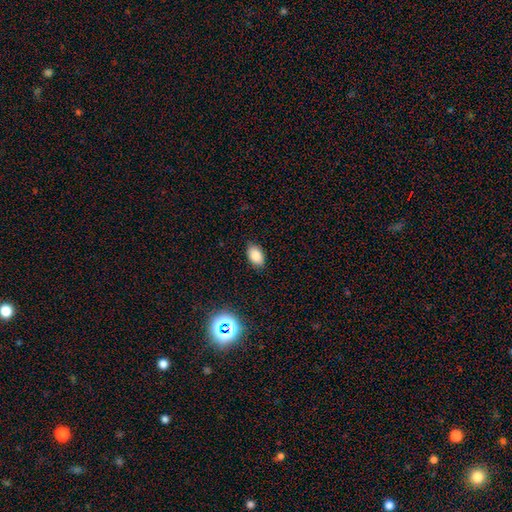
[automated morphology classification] smooth-or-featured: smooth: 82% | star or artifact: 11% | featured or disk: 8%
  how-rounded: in between: 91% | round: 8% | cigar-shaped: 2%
  merging: none: 86% | minor disturbance: 10% | major disturbance: 2% | merger: 1%